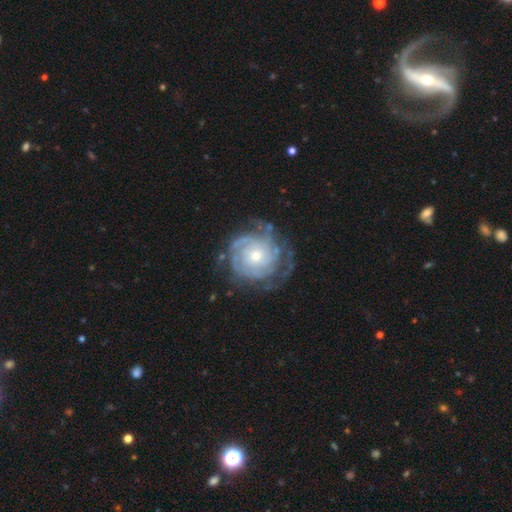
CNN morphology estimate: type=featured or disk (83%); edge-on=no (98%); bar=no (80%); spiral arms=yes (92%); winding=tight (72%); arm count=can't tell (43%); bulge=small (48%); merging=none (66%).